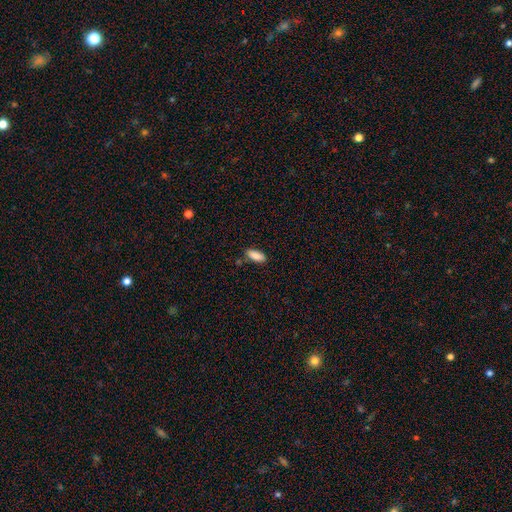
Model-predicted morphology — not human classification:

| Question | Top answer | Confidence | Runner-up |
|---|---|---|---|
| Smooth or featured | smooth | 88% | star or artifact (7%) |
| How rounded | in between | 82% | cigar-shaped (16%) |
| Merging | none | 82% | minor disturbance (12%) |